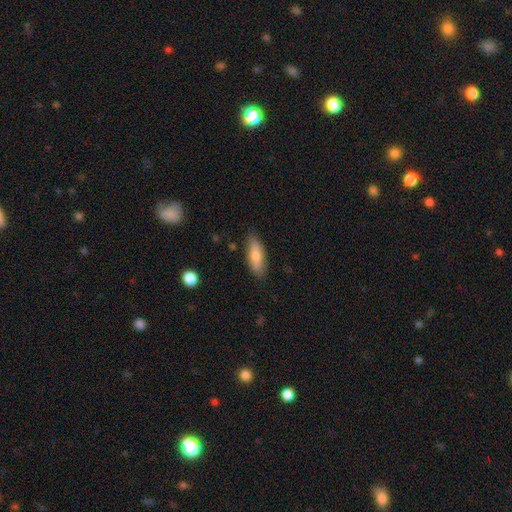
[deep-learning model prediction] Smooth or featured: smooth — 71% (featured or disk — 23%)
How rounded: in between — 61% (cigar-shaped — 37%)
Merging: none — 81% (minor disturbance — 14%)